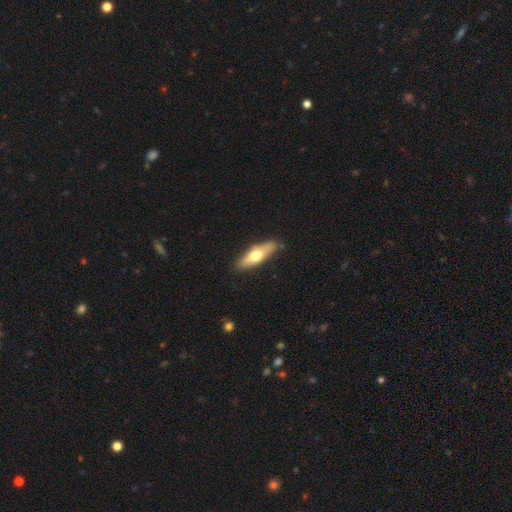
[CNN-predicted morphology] Smooth or featured?
  - smooth: 54% *
  - featured or disk: 41%
  - star or artifact: 5%
How rounded?
  - cigar-shaped: 51% *
  - in between: 46%
  - round: 3%
Merging?
  - none: 83% *
  - minor disturbance: 13%
  - major disturbance: 2%
  - merger: 2%